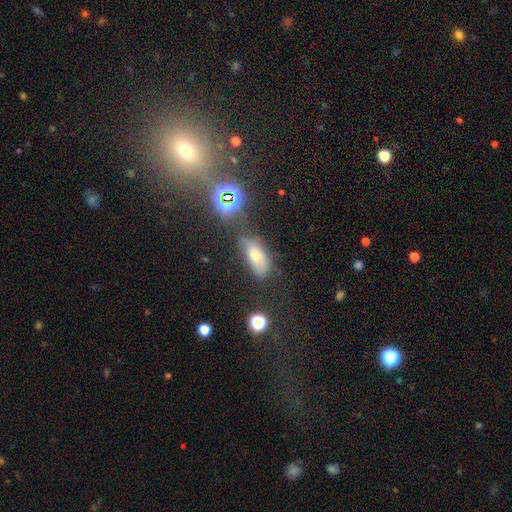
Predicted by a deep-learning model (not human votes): This is possibly a smooth galaxy (49%). Merging: likely none (62%).